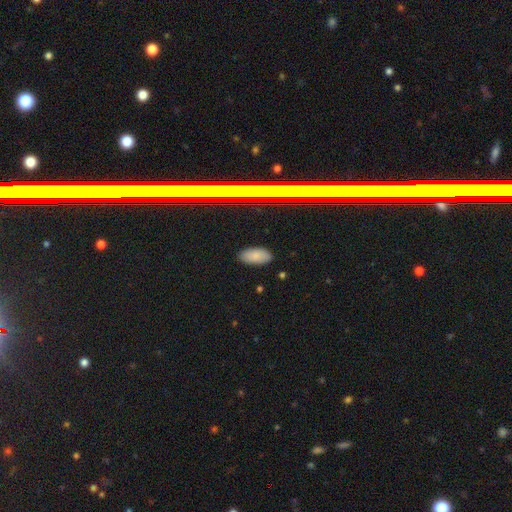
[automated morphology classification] The model was most divided on "smooth or featured": smooth: 81%, star or artifact: 11%, featured or disk: 9%. More confident: how rounded — in between (94%); merging — none (86%).